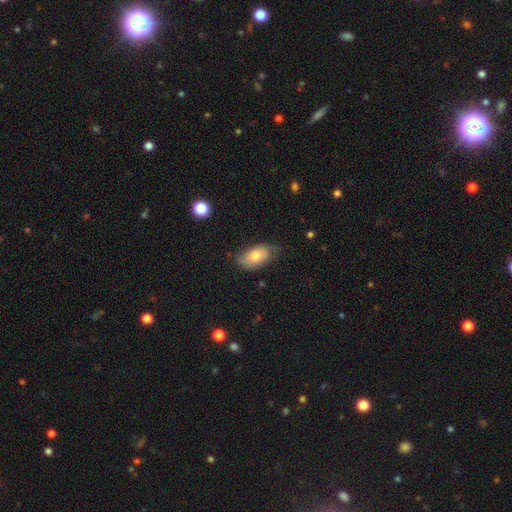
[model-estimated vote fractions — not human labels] Smooth or featured? Predicted: smooth (p=0.72). How rounded? Predicted: in between (p=0.93). Merging? Predicted: none (p=0.64).